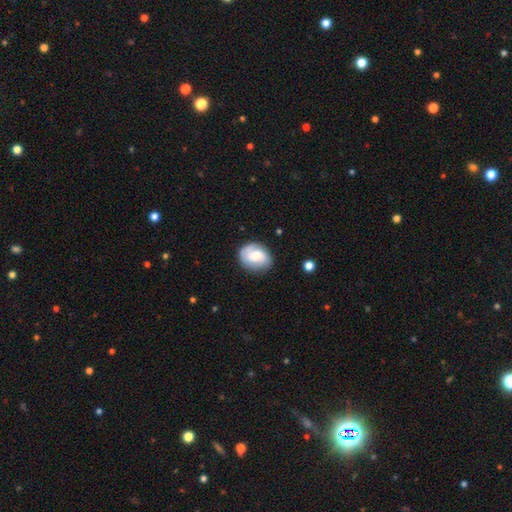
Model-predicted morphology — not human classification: smooth_or_featured: featured or disk (p=0.54) [alt: smooth p=0.40]
disk_edge_on: no (p=0.97) [alt: yes p=0.03]
bar: no (p=0.52) [alt: weak p=0.41]
has_spiral_arms: yes (p=0.87) [alt: no p=0.13]
bulge_size: moderate (p=0.56) [alt: small p=0.32]
merging: none (p=0.78) [alt: minor disturbance p=0.16]